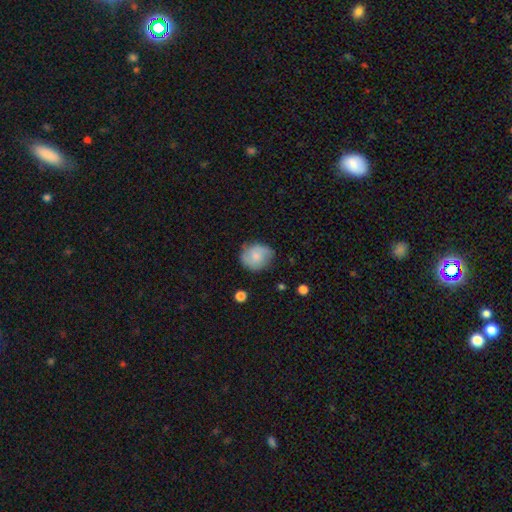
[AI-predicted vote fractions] smooth 64%, featured or disk 29%, star or artifact 7%. Down the decision tree: how rounded — round (73%); merging — none (70%).